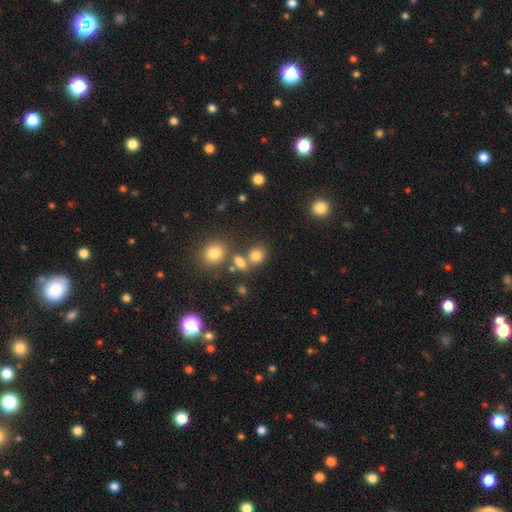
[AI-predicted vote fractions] Smooth or featured? smooth (78%)
How rounded? round (62%)
Merging? none (57%)